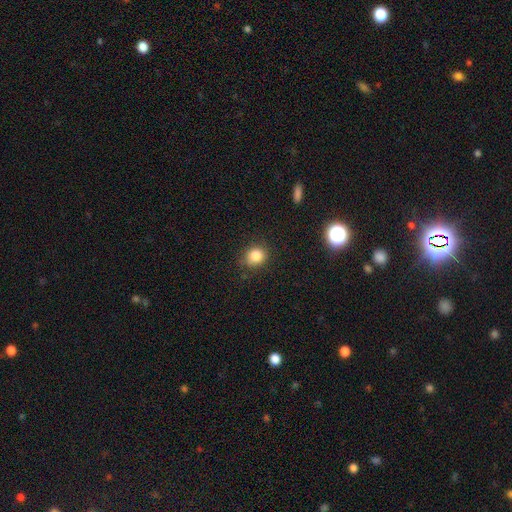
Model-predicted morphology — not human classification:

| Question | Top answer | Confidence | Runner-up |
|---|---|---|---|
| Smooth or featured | smooth | 84% | star or artifact (11%) |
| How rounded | round | 76% | in between (23%) |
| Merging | none | 81% | minor disturbance (14%) |